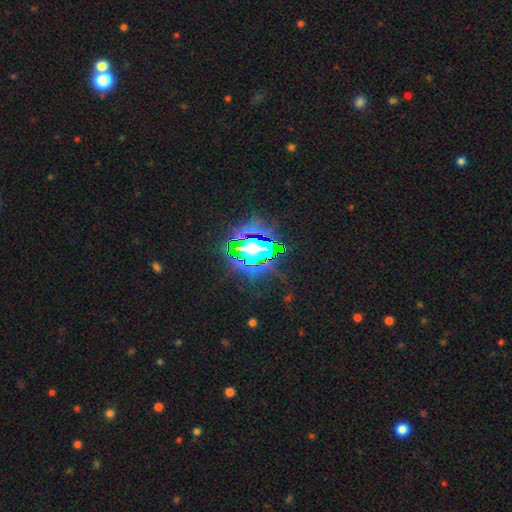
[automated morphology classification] type=star or artifact (80%).